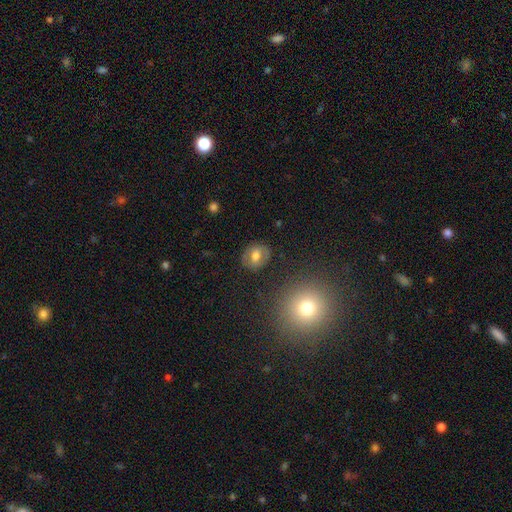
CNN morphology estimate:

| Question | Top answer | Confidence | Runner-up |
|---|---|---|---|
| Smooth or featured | smooth | 60% | featured or disk (31%) |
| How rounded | round | 50% | in between (48%) |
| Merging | none | 83% | minor disturbance (11%) |